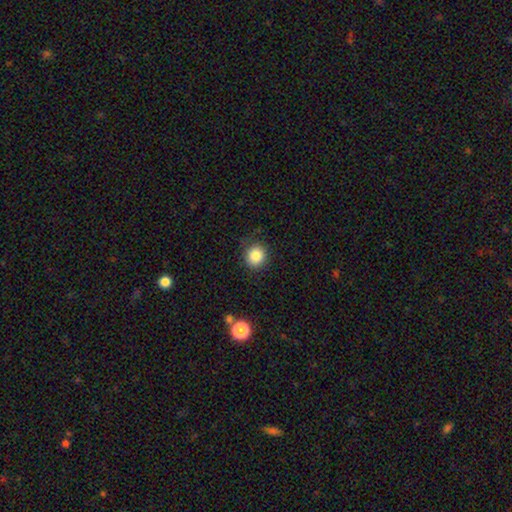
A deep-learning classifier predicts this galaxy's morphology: Smooth or featured? smooth (84%)
How rounded? round (88%)
Merging? none (85%)